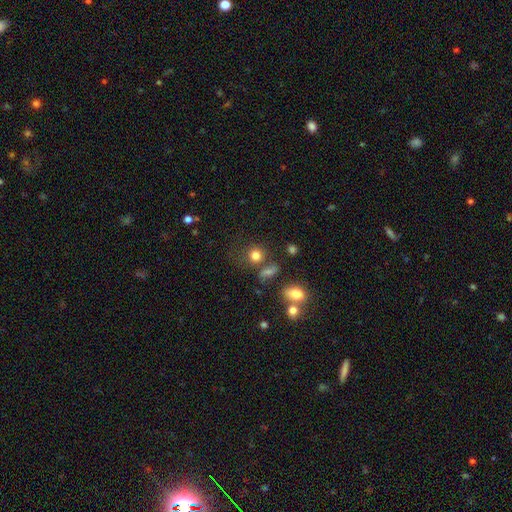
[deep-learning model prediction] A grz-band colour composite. It shows a smooth galaxy with no disk features (79%) that is round (82%). Merging: none (65%).